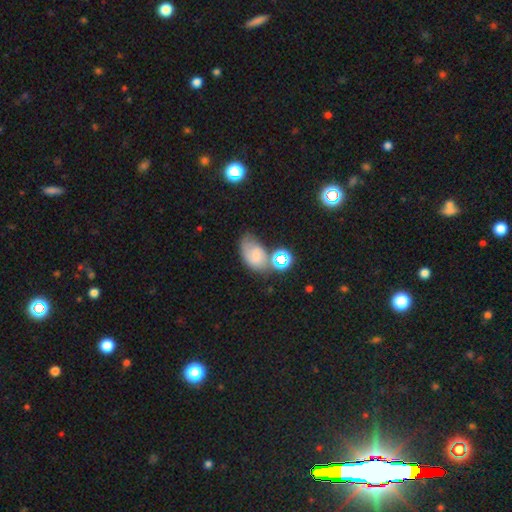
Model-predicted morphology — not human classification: type=smooth (50%); roundness=in between (81%); merging=none (43%).